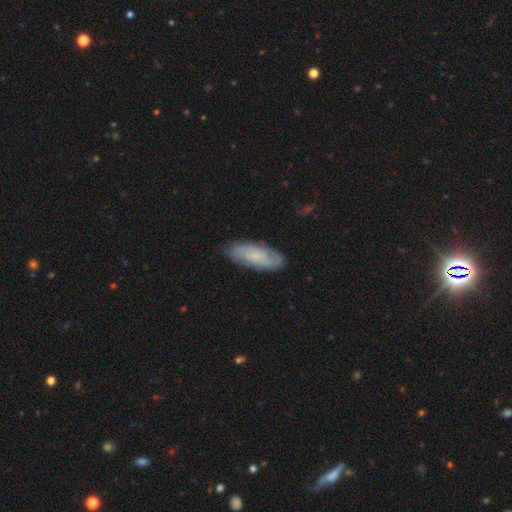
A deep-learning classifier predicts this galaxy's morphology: Overall: smooth (53%; featured or disk 40%). How rounded: in between (72%). Merging: none (80%).